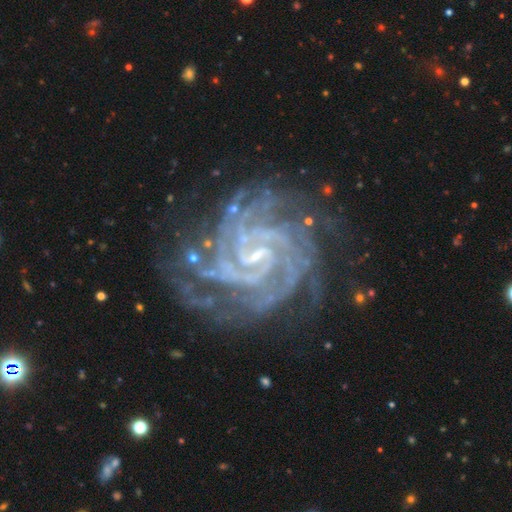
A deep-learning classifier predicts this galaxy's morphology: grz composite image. It shows a featured or disk galaxy (93%) with a weak bar (49%), 4 (22%) tight (75%) spiral arms (99%) and a small central bulge (75%). Merging: none (73%).